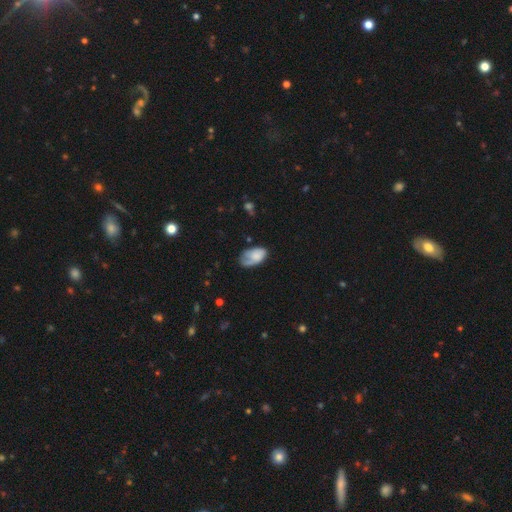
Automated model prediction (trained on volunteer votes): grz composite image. It shows a smooth galaxy with no disk features (65%) that is in between round and cigar-shaped (92%). Merging: none (46%).